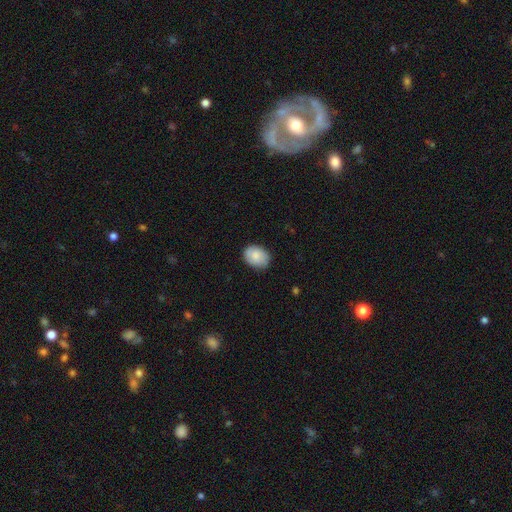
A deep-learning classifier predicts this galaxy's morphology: Q: Smooth or featured?
A: smooth (81%); runner-up: featured or disk (12%)
Q: How rounded?
A: in between (64%); runner-up: round (35%)
Q: Merging?
A: none (80%); runner-up: minor disturbance (16%)